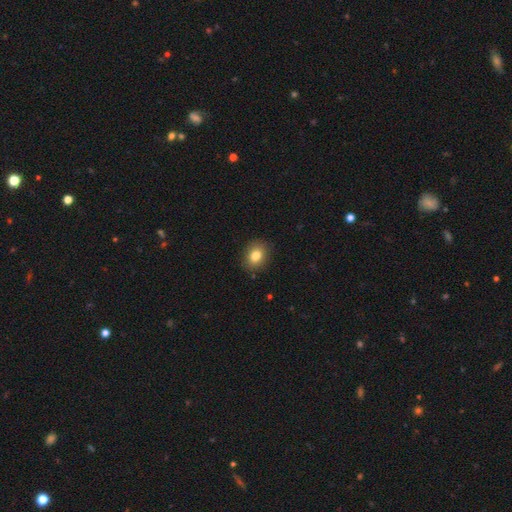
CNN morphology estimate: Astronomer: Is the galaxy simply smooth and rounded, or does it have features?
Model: smooth — 82%.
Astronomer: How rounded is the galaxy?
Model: in between — 53% (runner-up: round, 46%).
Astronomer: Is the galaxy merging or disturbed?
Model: none — 89%.